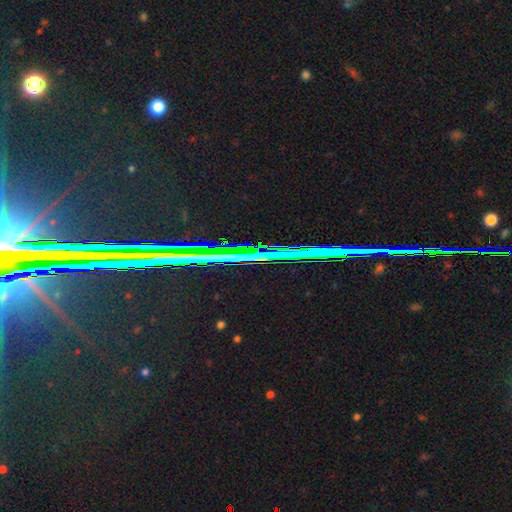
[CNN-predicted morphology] smooth_or_featured: star or artifact (p=0.81) [alt: featured or disk p=0.12]